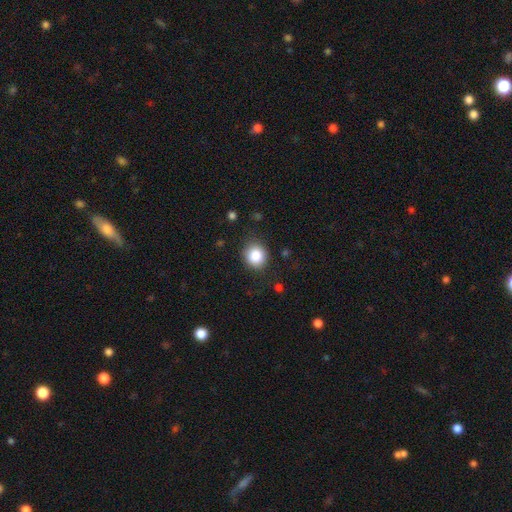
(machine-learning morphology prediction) Smooth or featured? Predicted: smooth (p=0.85). How rounded? Predicted: round (p=0.81). Merging? Predicted: none (p=0.85).